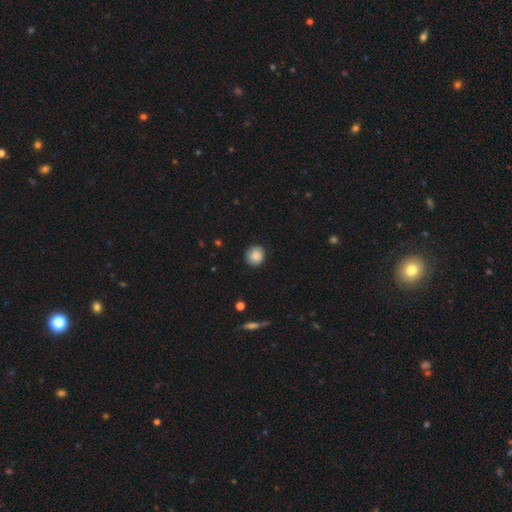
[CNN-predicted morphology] Overall: smooth (86%). How rounded: round (89%). Merging: none (87%).